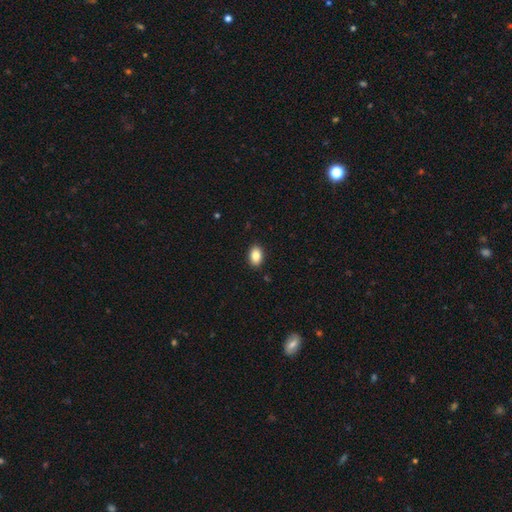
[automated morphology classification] smooth_or_featured: smooth (p=0.86) [alt: star or artifact p=0.08]
how_rounded: in between (p=0.86) [alt: round p=0.13]
merging: none (p=0.89) [alt: minor disturbance p=0.08]